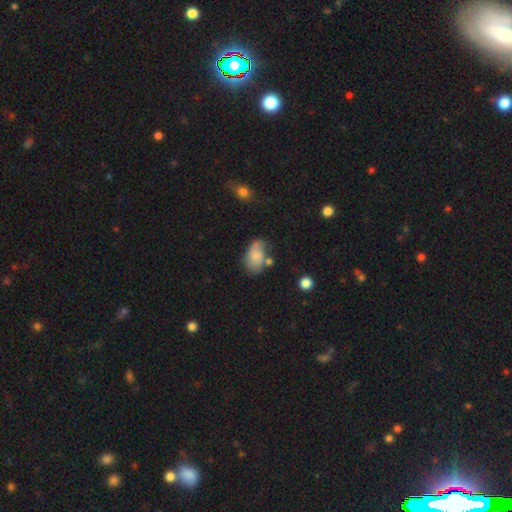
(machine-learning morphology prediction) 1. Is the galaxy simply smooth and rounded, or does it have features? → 66% smooth, 25% featured or disk, 9% star or artifact.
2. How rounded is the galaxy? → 87% in between, 11% round, 1% cigar-shaped.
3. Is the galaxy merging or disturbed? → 44% none, 30% minor disturbance, 14% major disturbance, 12% merger.